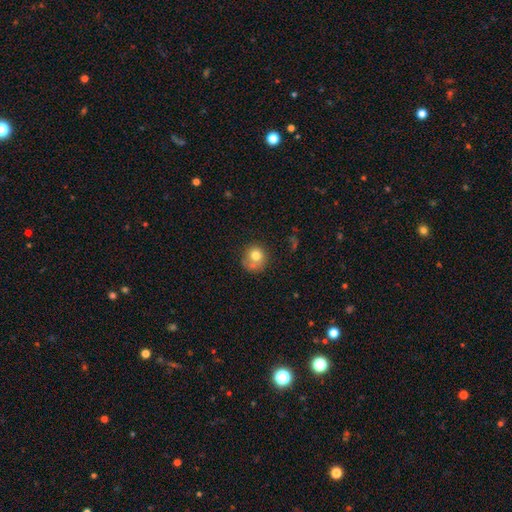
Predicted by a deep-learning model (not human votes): smooth-or-featured: smooth: 75% | featured or disk: 14% | star or artifact: 10%
  how-rounded: round: 85% | in between: 14% | cigar-shaped: 1%
  merging: none: 53% | minor disturbance: 21% | merger: 16% | major disturbance: 11%